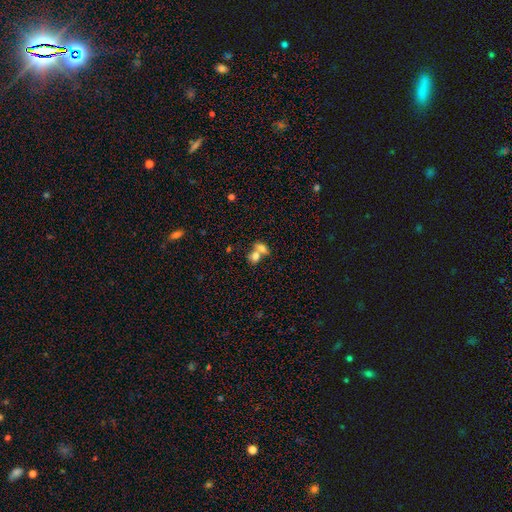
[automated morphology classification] The model was most divided on "how rounded": in between: 62%, round: 34%, cigar-shaped: 3%. More confident: smooth or featured — smooth (76%); merging — merger (66%).